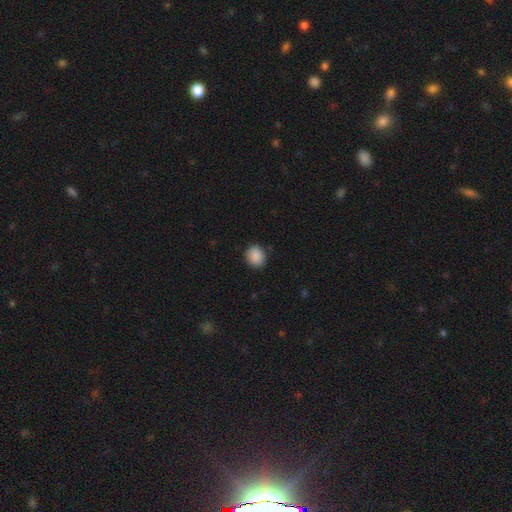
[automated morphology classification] type=smooth (89%); roundness=round (69%); merging=none (86%).